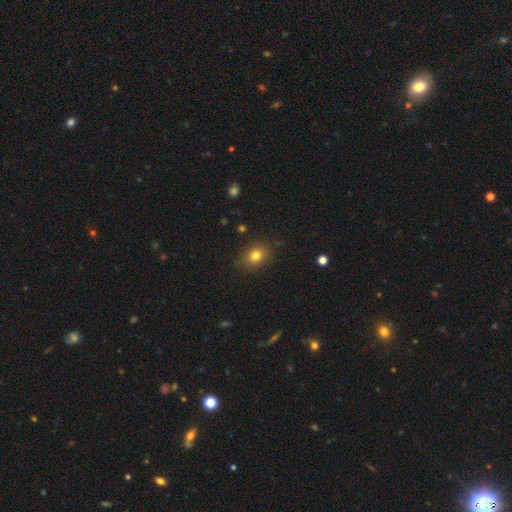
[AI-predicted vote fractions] Smooth or featured: smooth — 79% (star or artifact — 12%)
How rounded: in between — 51% (round — 48%)
Merging: none — 83% (minor disturbance — 12%)